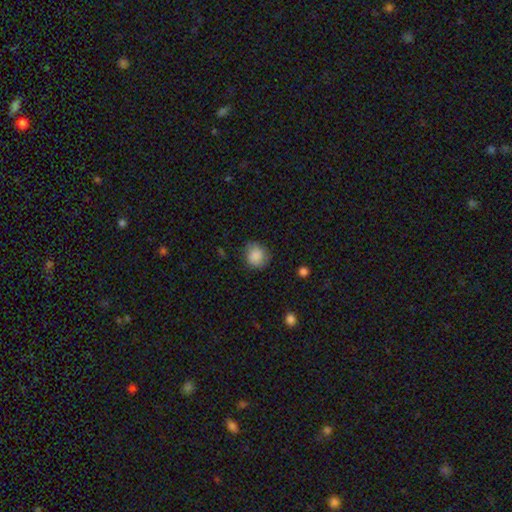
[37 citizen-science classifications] smooth-or-featured: smooth: 92% | featured or disk: 5% | star or artifact: 3%
  how-rounded: round: 88% | in between: 9% | cigar-shaped: 3%
  merging: none: 75% | minor disturbance: 17% | major disturbance: 8% | merger: 0%